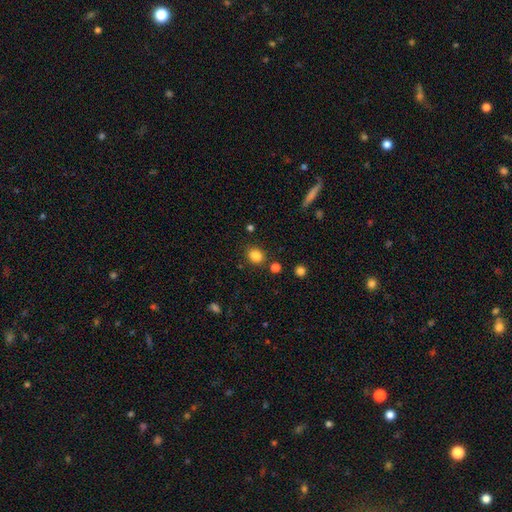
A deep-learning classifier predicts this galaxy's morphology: This appears to be a smooth galaxy with no disk features (84%) that is round (68%). Merging: none (84%).